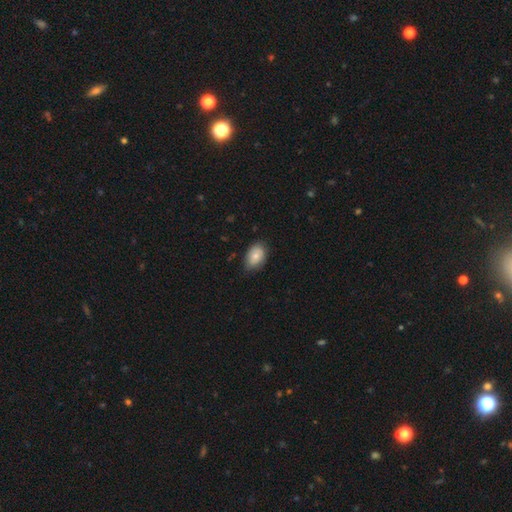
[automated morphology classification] Overall: smooth (76%). How rounded: in between (85%). Merging: none (73%).